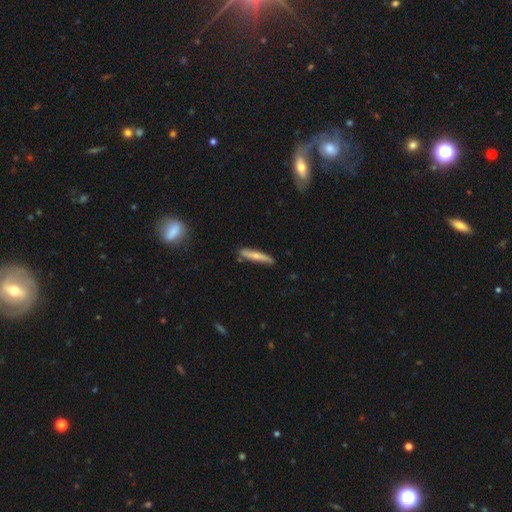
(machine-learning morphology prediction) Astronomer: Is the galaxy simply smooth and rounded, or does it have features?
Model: smooth — 63%.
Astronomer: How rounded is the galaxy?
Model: cigar-shaped — 92%.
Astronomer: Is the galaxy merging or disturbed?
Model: none — 80%.